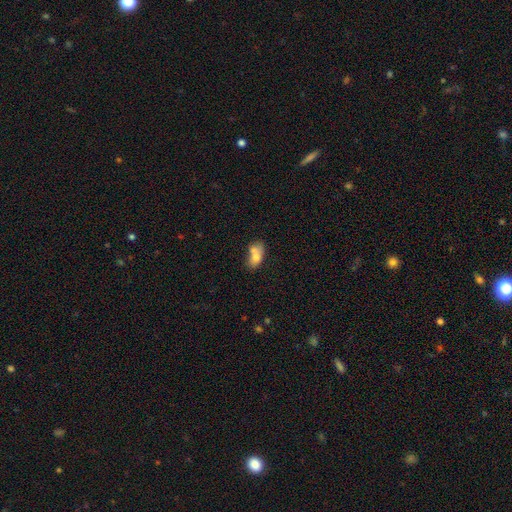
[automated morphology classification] Q: Smooth or featured?
A: smooth (67%); runner-up: featured or disk (23%)
Q: How rounded?
A: in between (79%); runner-up: round (17%)
Q: Merging?
A: merger (52%); runner-up: none (29%)